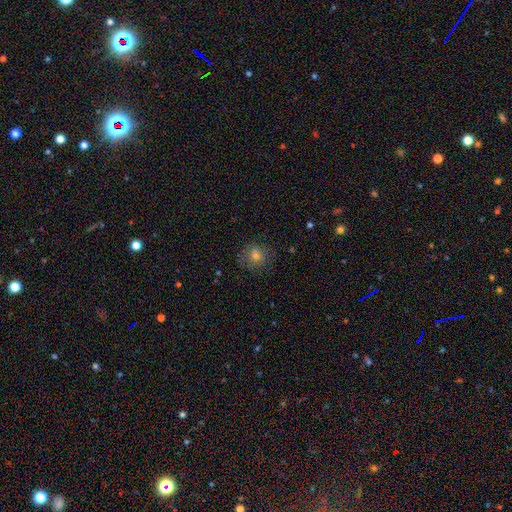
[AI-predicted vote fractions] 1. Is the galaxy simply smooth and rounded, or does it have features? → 69% smooth, 15% featured or disk, 15% star or artifact.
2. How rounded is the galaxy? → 77% round, 22% in between, 1% cigar-shaped.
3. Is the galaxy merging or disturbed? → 76% none, 16% minor disturbance, 6% major disturbance, 2% merger.